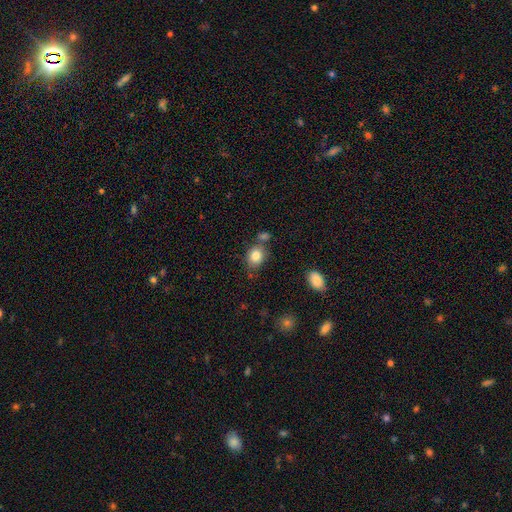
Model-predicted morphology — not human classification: This appears to be a smooth galaxy with no disk features (83%) that is round (52%). Merging: none (68%).